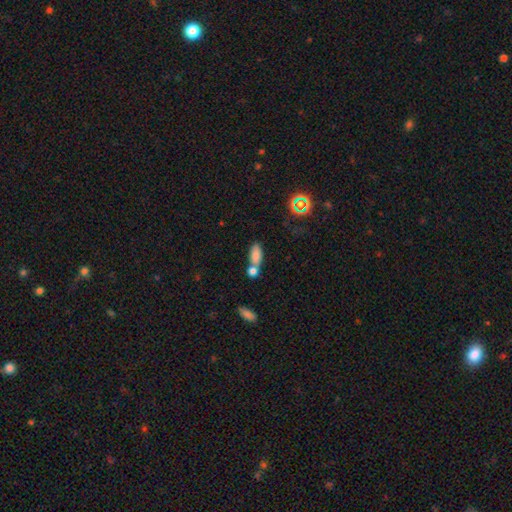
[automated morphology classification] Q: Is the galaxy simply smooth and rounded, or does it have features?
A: smooth — 80%.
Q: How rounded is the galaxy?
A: in between — 79%.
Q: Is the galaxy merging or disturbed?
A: merger — 45%.